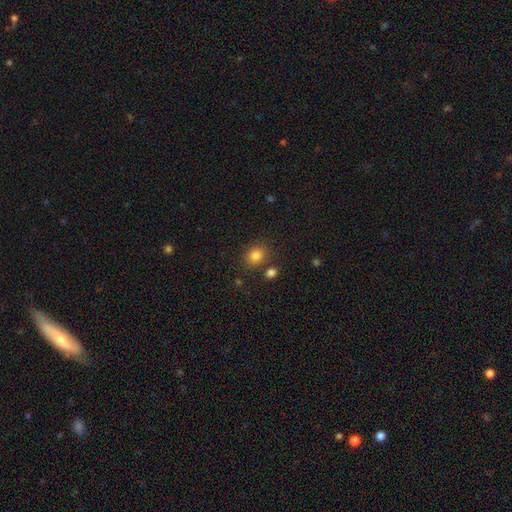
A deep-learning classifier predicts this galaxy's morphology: A smooth galaxy with no disk features (83%) that is round (58%).

Vote fractions:
- Smooth or featured? smooth: 83% / star or artifact: 11% / featured or disk: 6%
- How rounded? round: 58% / in between: 41% / cigar-shaped: 1%
- Merging? none: 77% / minor disturbance: 11% / merger: 8% / major disturbance: 4%